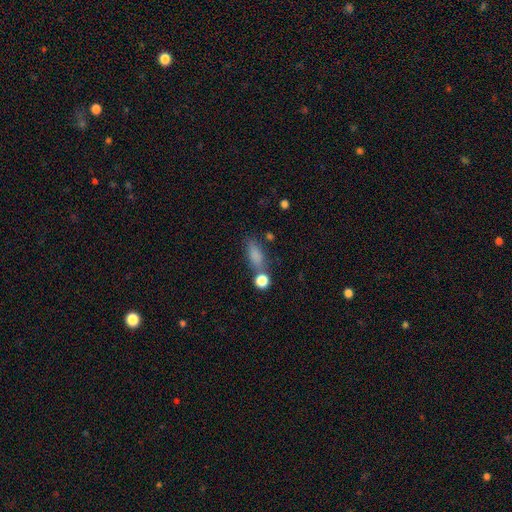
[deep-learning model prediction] Smooth or featured?
  - smooth: 81% *
  - star or artifact: 10%
  - featured or disk: 8%
How rounded?
  - in between: 65% *
  - cigar-shaped: 27%
  - round: 8%
Merging?
  - none: 62% *
  - minor disturbance: 16%
  - merger: 15%
  - major disturbance: 7%